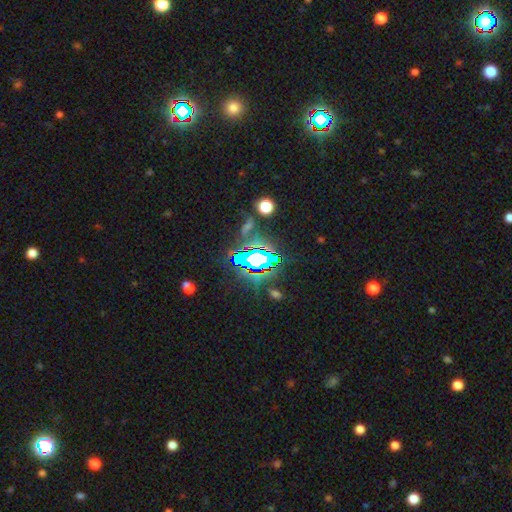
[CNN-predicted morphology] smooth_or_featured: star or artifact (p=0.77) [alt: smooth p=0.12]